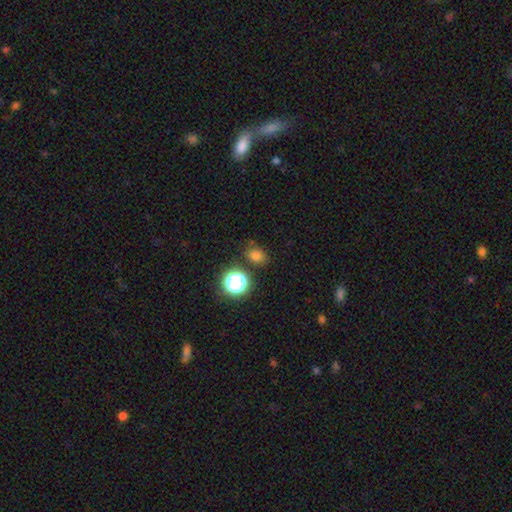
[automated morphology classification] The model was most divided on "how rounded": in between: 55%, round: 43%, cigar-shaped: 1%. More confident: merging — none (80%); smooth or featured — smooth (74%).